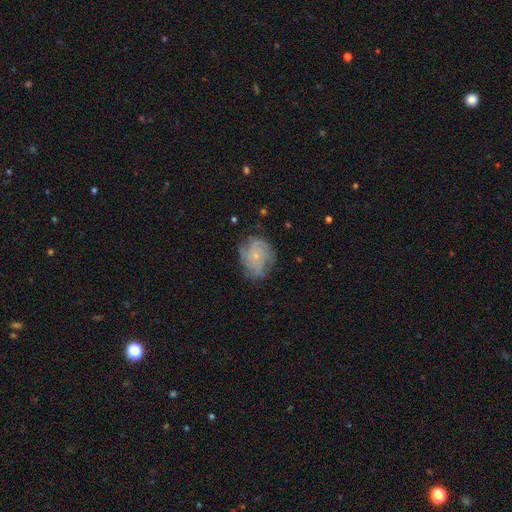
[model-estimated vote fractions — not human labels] Smooth or featured? Predicted: featured or disk (p=0.73). Edge-on disk? Predicted: no (p=0.98). Bar? Predicted: no (p=0.82). Spiral arms? Predicted: yes (p=0.92). Spiral winding? Predicted: tight (p=0.61). Spiral arm count? Predicted: can't tell (p=0.35). Bulge size? Predicted: small (p=0.79). Merging? Predicted: none (p=0.71).